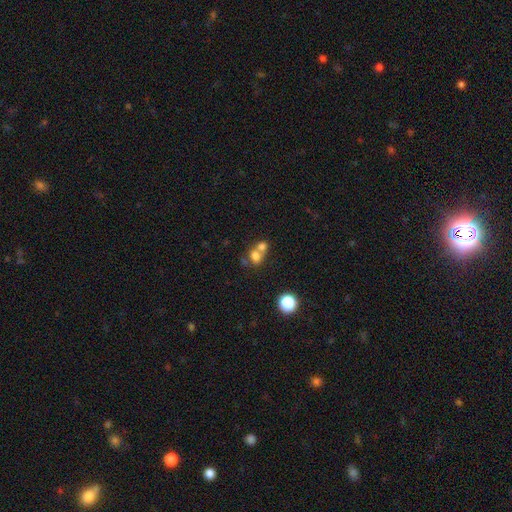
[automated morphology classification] Smooth or featured?
  - smooth: 72% *
  - star or artifact: 14%
  - featured or disk: 14%
How rounded?
  - round: 59% *
  - in between: 40%
  - cigar-shaped: 1%
Merging?
  - merger: 61% *
  - none: 29%
  - minor disturbance: 6%
  - major disturbance: 4%